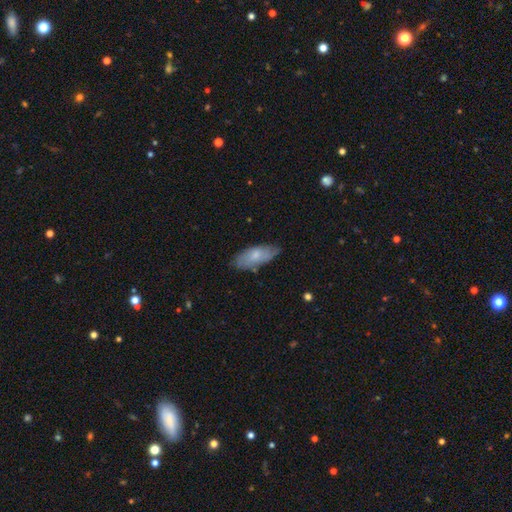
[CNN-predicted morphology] Q: Smooth or featured?
A: smooth (69%); runner-up: featured or disk (25%)
Q: How rounded?
A: in between (84%); runner-up: cigar-shaped (14%)
Q: Merging?
A: none (68%); runner-up: minor disturbance (25%)